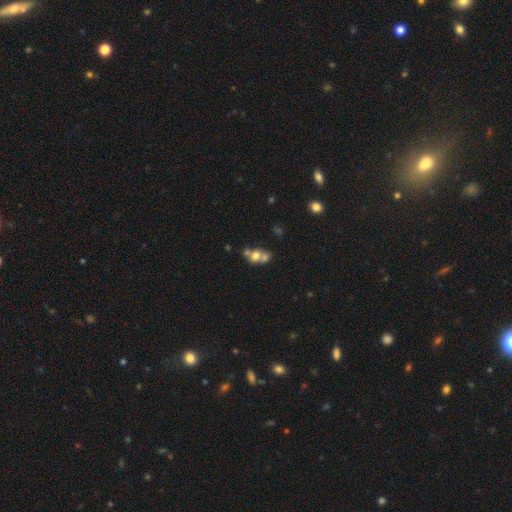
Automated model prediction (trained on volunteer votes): smooth 60%, featured or disk 28%, star or artifact 12%. Down the decision tree: how rounded — round (54%); merging — merger (56%).